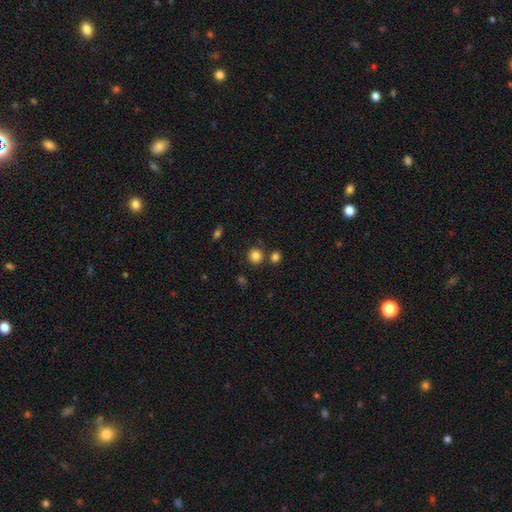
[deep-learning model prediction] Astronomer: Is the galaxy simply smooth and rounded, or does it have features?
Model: smooth — 84%.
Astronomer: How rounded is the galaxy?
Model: round — 88%.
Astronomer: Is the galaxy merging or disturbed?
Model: none — 79%.